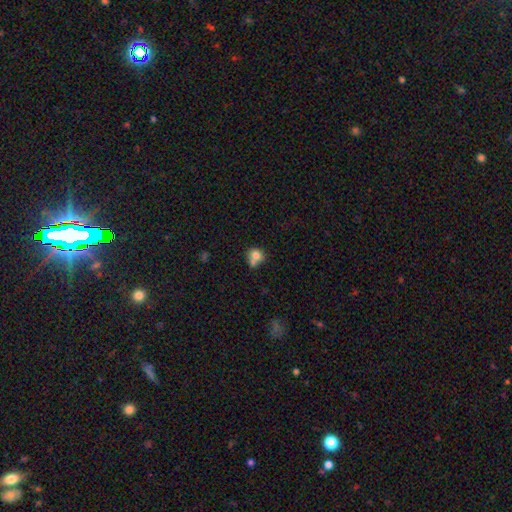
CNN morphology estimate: type=smooth (77%); roundness=round (69%); merging=merger (40%).